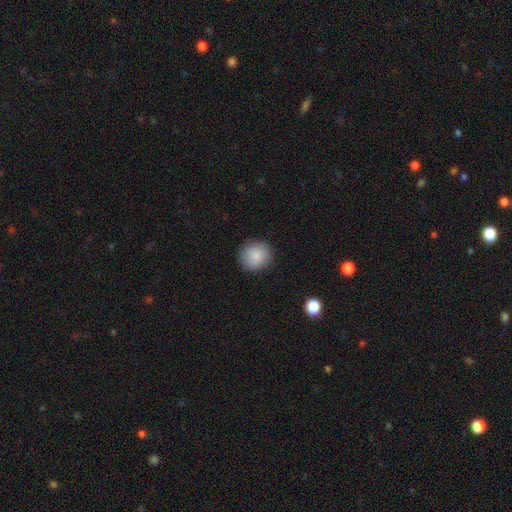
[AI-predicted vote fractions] Smooth or featured? Predicted: smooth (p=0.86). How rounded? Predicted: round (p=0.91). Merging? Predicted: none (p=0.89).